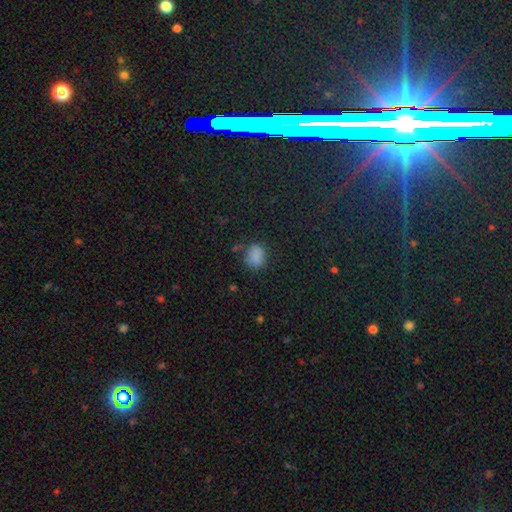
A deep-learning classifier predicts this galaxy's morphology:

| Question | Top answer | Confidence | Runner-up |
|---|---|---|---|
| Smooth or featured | smooth | 81% | star or artifact (13%) |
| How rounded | round | 54% | in between (44%) |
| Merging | none | 71% | minor disturbance (20%) |